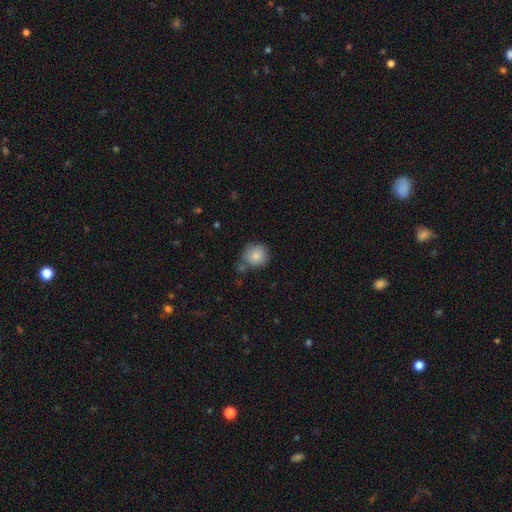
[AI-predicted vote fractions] This appears to be a smooth galaxy with no disk features (84%) that is round (88%). Merging: none (65%).